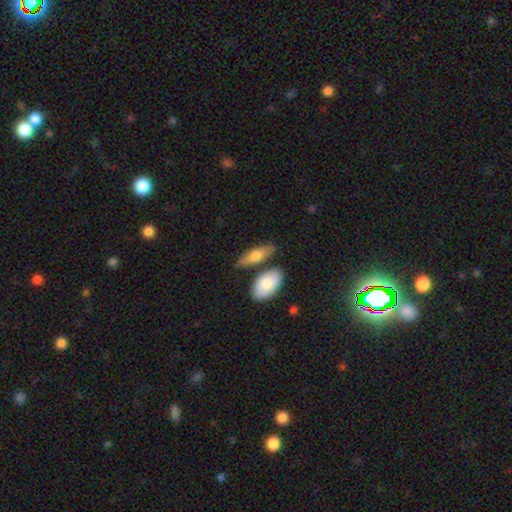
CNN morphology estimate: This appears to be a smooth galaxy with no disk features (71%) that is in between round and cigar-shaped (67%). Merging: none (69%).